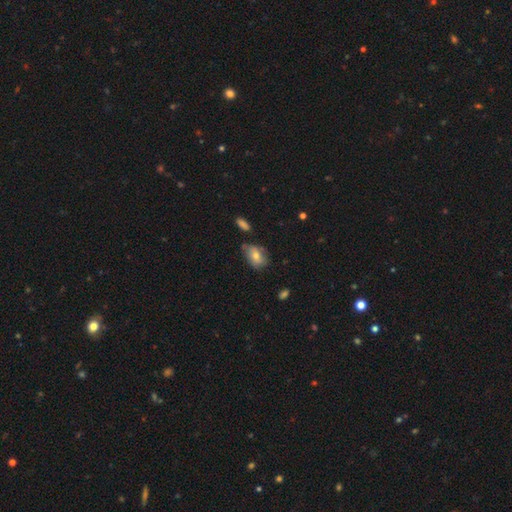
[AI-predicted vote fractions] Q: Smooth or featured?
A: smooth (66%); runner-up: featured or disk (25%)
Q: How rounded?
A: in between (79%); runner-up: round (19%)
Q: Merging?
A: none (58%); runner-up: minor disturbance (29%)